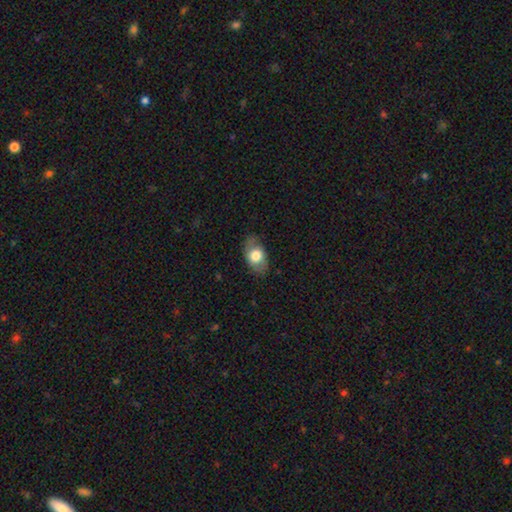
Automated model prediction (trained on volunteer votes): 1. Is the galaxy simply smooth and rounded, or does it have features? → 69% smooth, 24% featured or disk, 7% star or artifact.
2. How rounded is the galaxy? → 87% in between, 11% round, 2% cigar-shaped.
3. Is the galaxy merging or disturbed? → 75% none, 19% minor disturbance, 5% major disturbance, 1% merger.